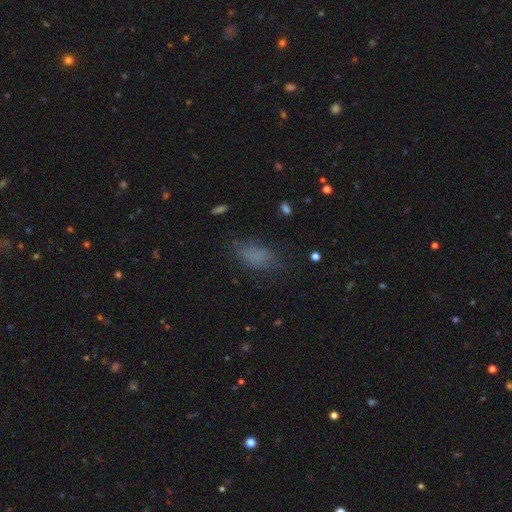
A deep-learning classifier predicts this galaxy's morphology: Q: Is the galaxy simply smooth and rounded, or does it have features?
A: smooth — 74%.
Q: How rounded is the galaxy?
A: in between — 86%.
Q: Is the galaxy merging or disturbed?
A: none — 65%.